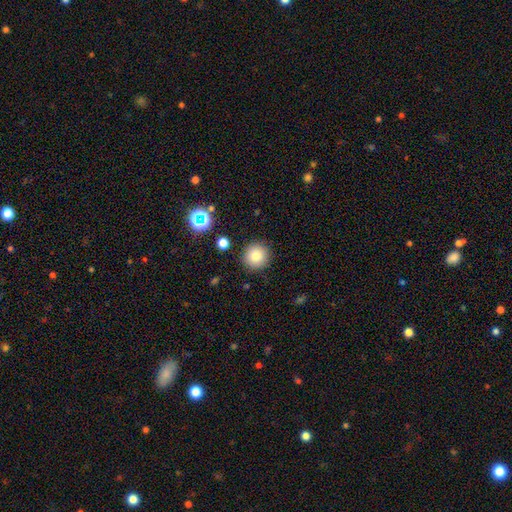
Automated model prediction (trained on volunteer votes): Smooth or featured: smooth — 81% (star or artifact — 12%)
How rounded: round — 95% (in between — 4%)
Merging: none — 90% (minor disturbance — 6%)